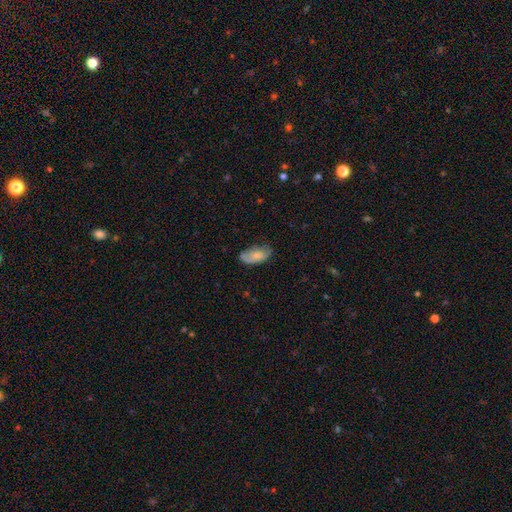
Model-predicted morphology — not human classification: Q: Smooth or featured?
A: smooth (75%); runner-up: featured or disk (18%)
Q: How rounded?
A: in between (93%); runner-up: cigar-shaped (4%)
Q: Merging?
A: none (57%); runner-up: minor disturbance (31%)